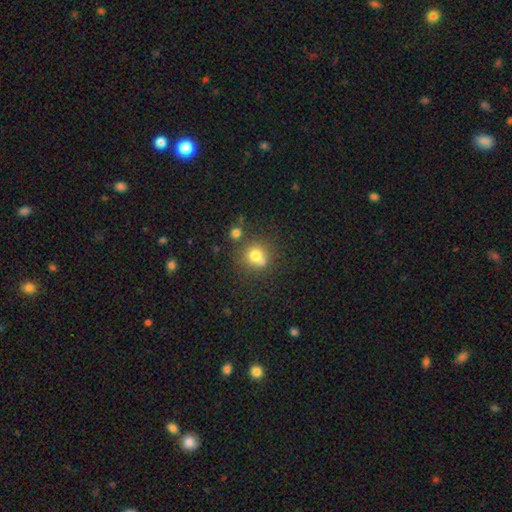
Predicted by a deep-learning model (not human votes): Smooth or featured?
  - smooth: 73% *
  - star or artifact: 13%
  - featured or disk: 13%
How rounded?
  - round: 84% *
  - in between: 15%
  - cigar-shaped: 1%
Merging?
  - none: 54% *
  - merger: 27%
  - minor disturbance: 14%
  - major disturbance: 5%